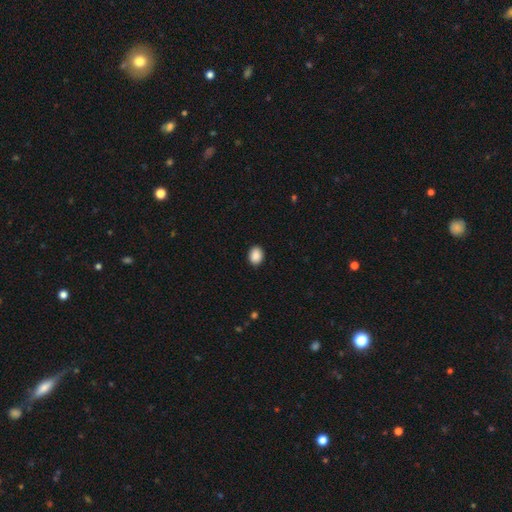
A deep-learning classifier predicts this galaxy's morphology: smooth 90%, star or artifact 8%, featured or disk 3%. Down the decision tree: how rounded — in between (59%); merging — none (90%).